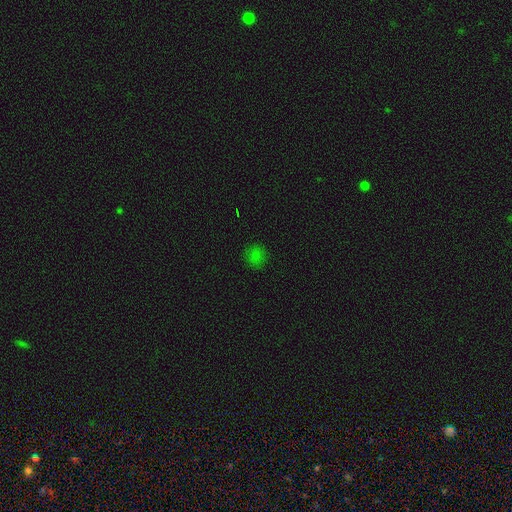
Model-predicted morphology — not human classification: Overall: smooth (75%). How rounded: round (88%). Merging: none (85%).